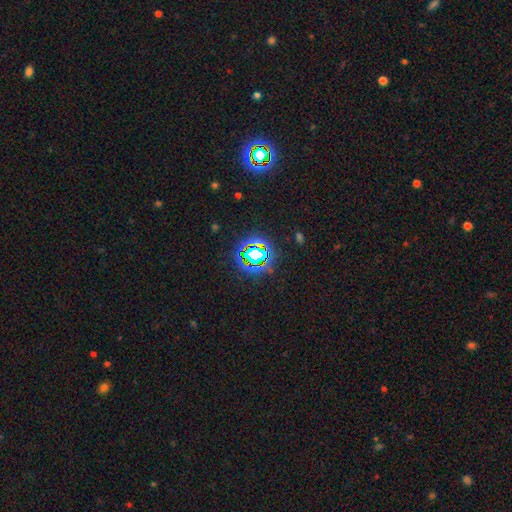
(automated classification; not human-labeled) smooth-or-featured: star or artifact: 70% | smooth: 17% | featured or disk: 13%